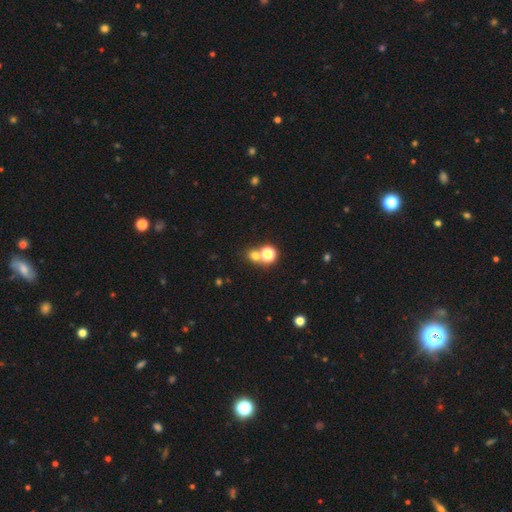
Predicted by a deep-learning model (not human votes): Overall: smooth (66%). How rounded: round (78%). Merging: none (59%; merger 31%).